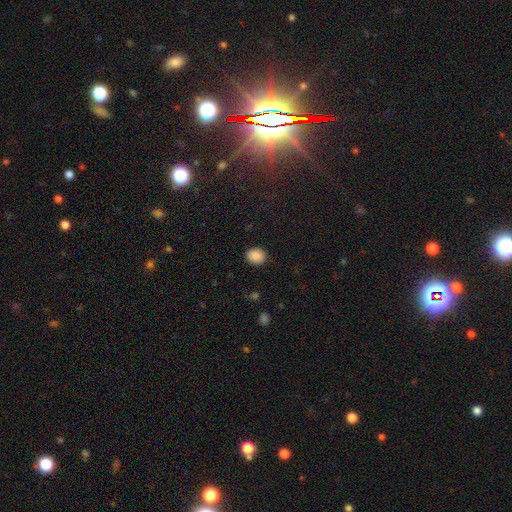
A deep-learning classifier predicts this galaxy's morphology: Smooth or featured? smooth (88%)
How rounded? round (57%)
Merging? none (89%)